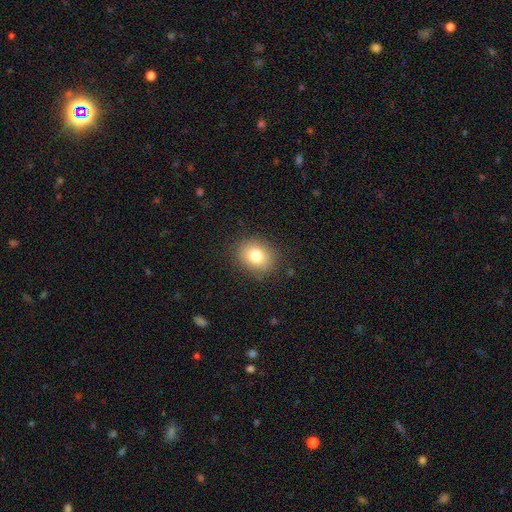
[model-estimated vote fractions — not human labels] Overall: smooth (79%). How rounded: round (59%; in between 40%). Merging: none (86%).